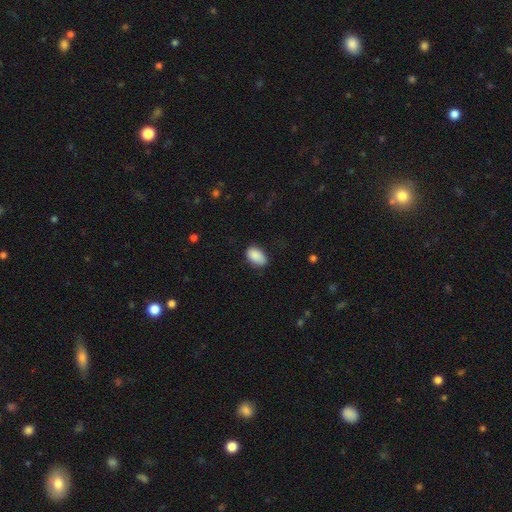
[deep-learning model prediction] smooth 90%, star or artifact 7%, featured or disk 3%. Down the decision tree: how rounded — in between (93%); merging — none (79%).